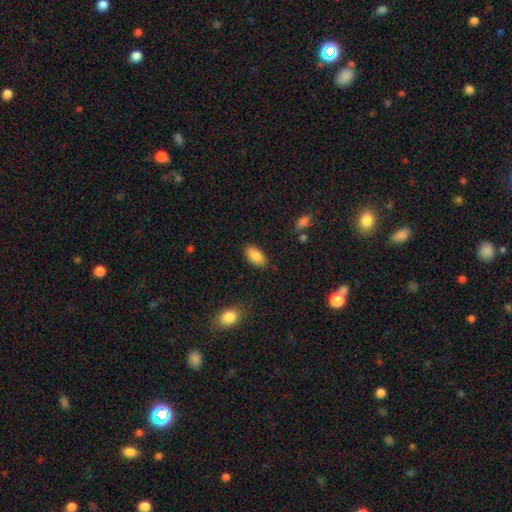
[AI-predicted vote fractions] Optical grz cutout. It shows a smooth galaxy with no disk features (88%) that is in between round and cigar-shaped (92%). Merging: none (85%).